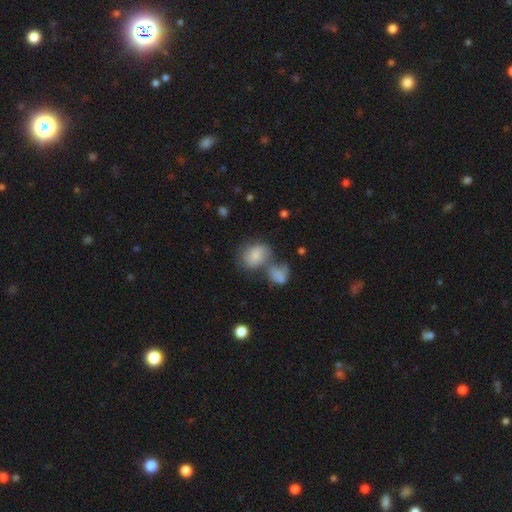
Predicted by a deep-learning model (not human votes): The model was most divided on "how rounded": in between: 62%, round: 37%, cigar-shaped: 1%. More confident: smooth or featured — smooth (74%); merging — merger (53%).